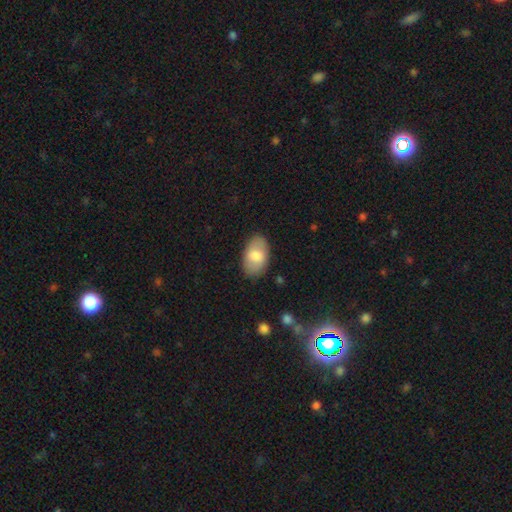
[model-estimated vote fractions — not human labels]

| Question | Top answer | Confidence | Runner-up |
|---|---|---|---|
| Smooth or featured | smooth | 77% | featured or disk (18%) |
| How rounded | in between | 94% | round (5%) |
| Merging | none | 84% | minor disturbance (11%) |